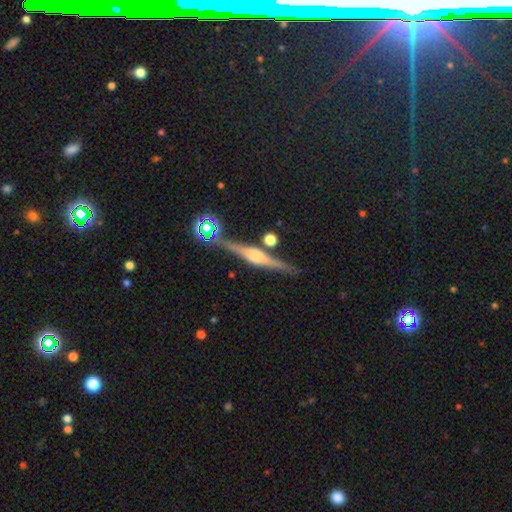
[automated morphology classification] Q: Smooth or featured?
A: featured or disk (80%); runner-up: smooth (12%)
Q: Edge-on disk?
A: yes (97%); runner-up: no (3%)
Q: Edge-on bulge?
A: rounded (77%); runner-up: boxy (19%)
Q: Merging?
A: none (82%); runner-up: minor disturbance (10%)